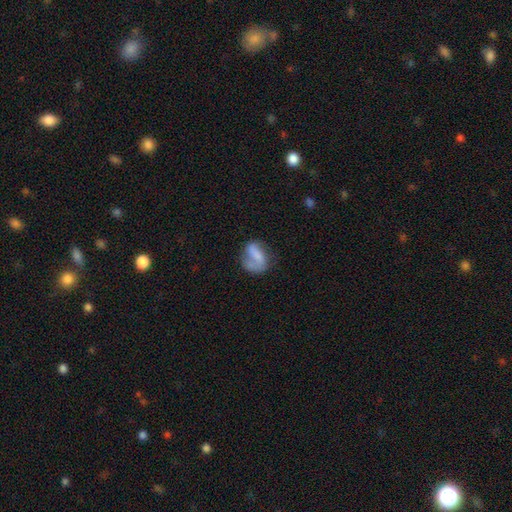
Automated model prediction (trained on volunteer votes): A smooth galaxy with no disk features (53%) that is in between round and cigar-shaped (71%).

Vote fractions:
- Smooth or featured? smooth: 53% / featured or disk: 39% / star or artifact: 9%
- How rounded? in between: 71% / round: 25% / cigar-shaped: 4%
- Merging? none: 39% / major disturbance: 26% / minor disturbance: 26% / merger: 9%